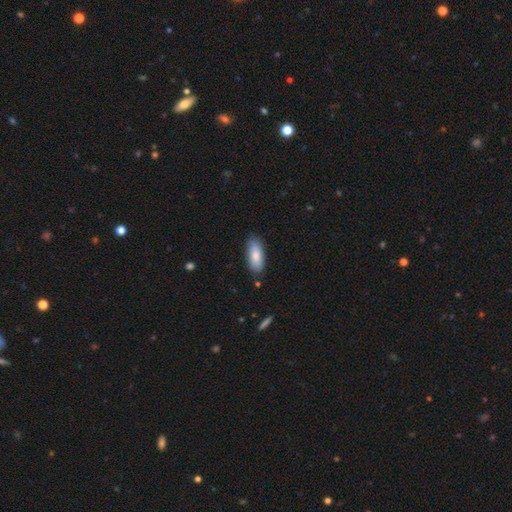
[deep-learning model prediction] This appears to be a smooth galaxy with no disk features (83%) that is in between round and cigar-shaped (79%). Merging: none (83%).